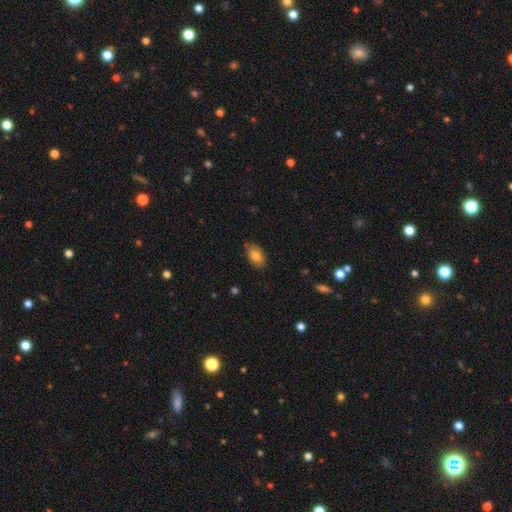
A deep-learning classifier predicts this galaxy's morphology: Smooth or featured? smooth (81%)
How rounded? in between (91%)
Merging? none (76%)